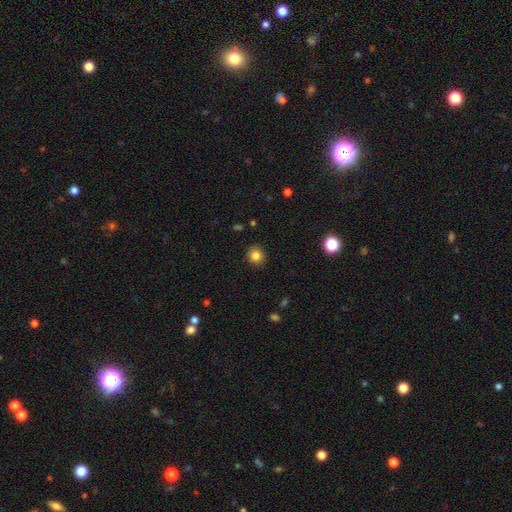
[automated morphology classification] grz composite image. It shows a smooth galaxy with no disk features (83%) that is round (86%). Merging: none (90%).